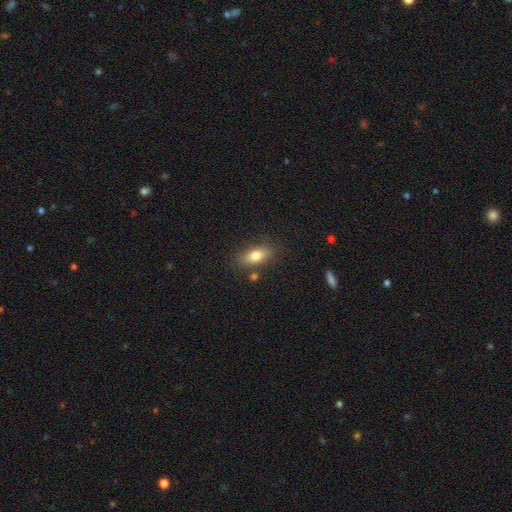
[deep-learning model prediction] smooth-or-featured: smooth: 77% | featured or disk: 15% | star or artifact: 8%
  how-rounded: in between: 81% | cigar-shaped: 14% | round: 5%
  merging: none: 80% | minor disturbance: 12% | merger: 5% | major disturbance: 3%